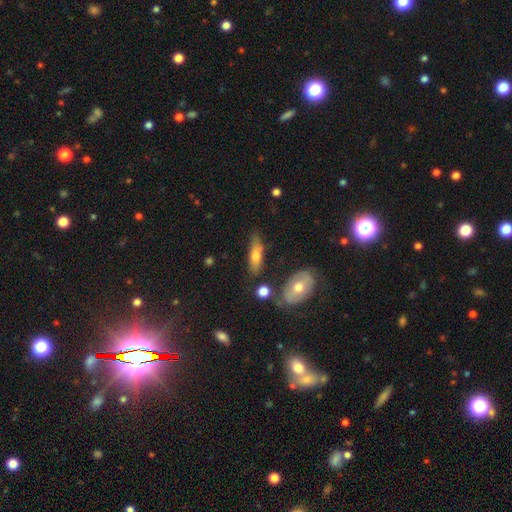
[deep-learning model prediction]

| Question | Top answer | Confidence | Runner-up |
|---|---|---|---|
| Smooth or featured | smooth | 58% | featured or disk (33%) |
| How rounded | cigar-shaped | 50% | in between (46%) |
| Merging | none | 70% | minor disturbance (19%) |